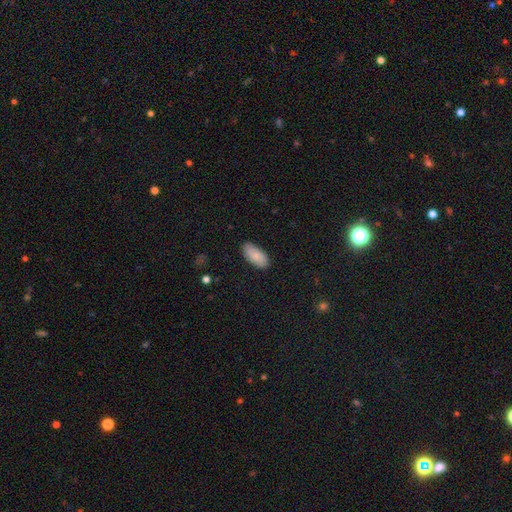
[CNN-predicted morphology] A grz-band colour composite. It shows a smooth galaxy with no disk features (87%) that is in between round and cigar-shaped (91%). Merging: none (85%).